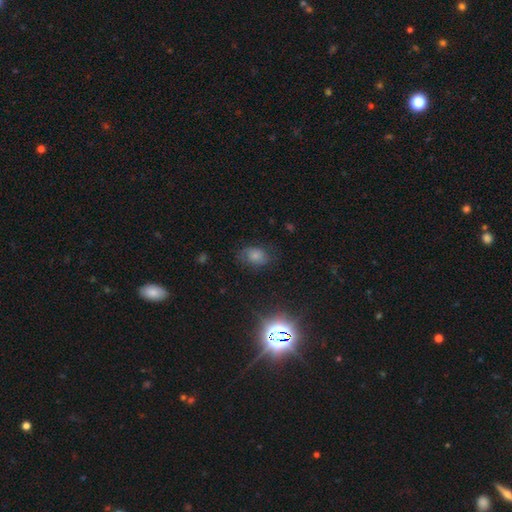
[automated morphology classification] smooth_or_featured: smooth (p=0.63) [alt: featured or disk p=0.21]
how_rounded: in between (p=0.74) [alt: round p=0.24]
merging: none (p=0.65) [alt: minor disturbance p=0.24]